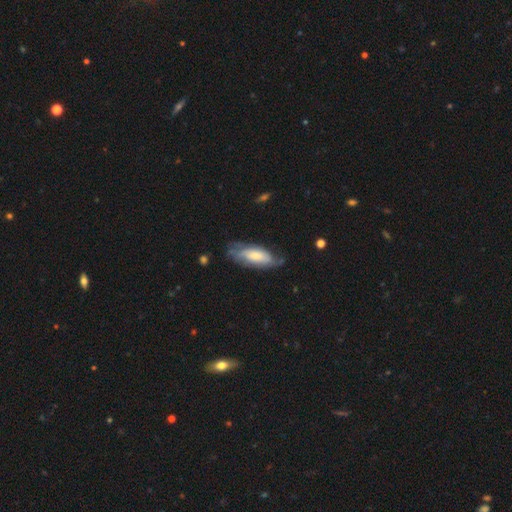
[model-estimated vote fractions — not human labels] Smooth or featured? smooth (48%)
Merging? none (58%)